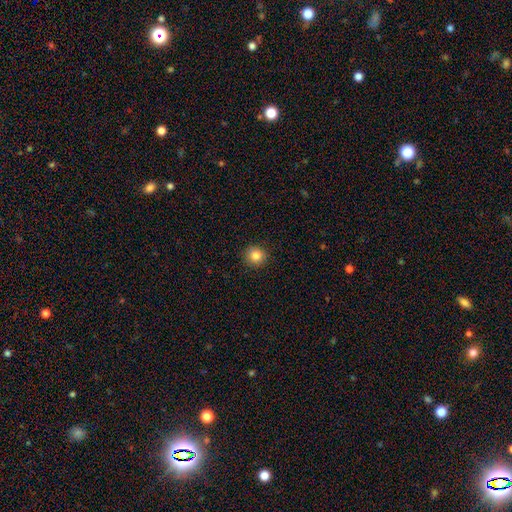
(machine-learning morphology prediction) Smooth or featured? Predicted: smooth (p=0.84). How rounded? Predicted: round (p=0.92). Merging? Predicted: none (p=0.92).